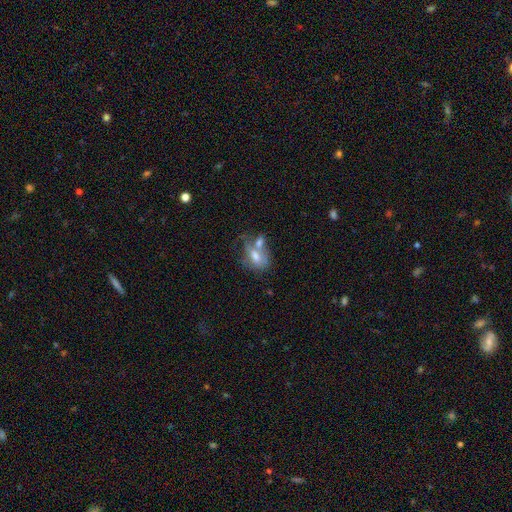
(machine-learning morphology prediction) smooth_or_featured: smooth (p=0.55) [alt: featured or disk p=0.35]
how_rounded: in between (p=0.80) [alt: round p=0.16]
merging: merger (p=0.47) [alt: none p=0.26]